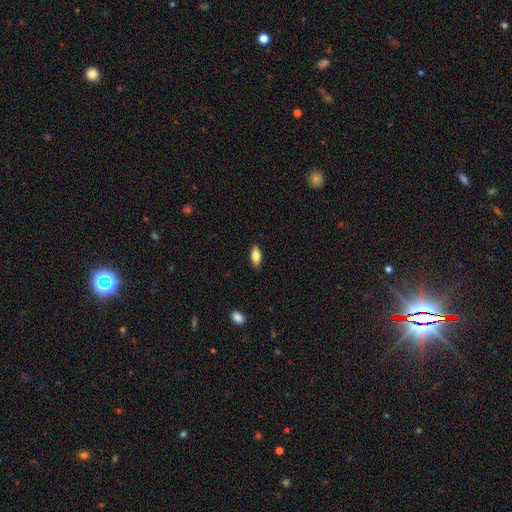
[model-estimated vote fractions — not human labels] A smooth galaxy with no disk features (84%) that is in between round and cigar-shaped (85%). Merging: none (87%).